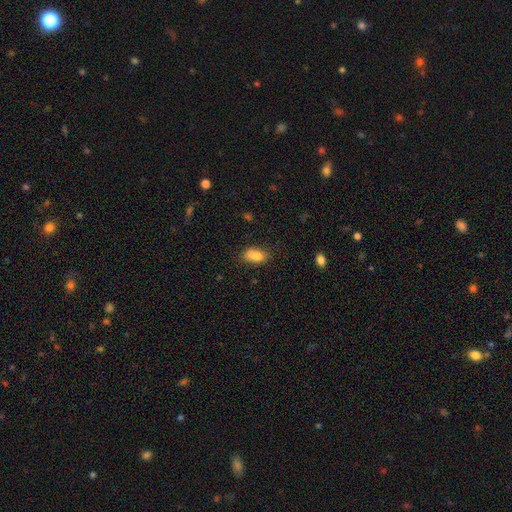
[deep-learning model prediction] Morphology: type=smooth (80%); roundness=in between (83%); merging=none (58%).